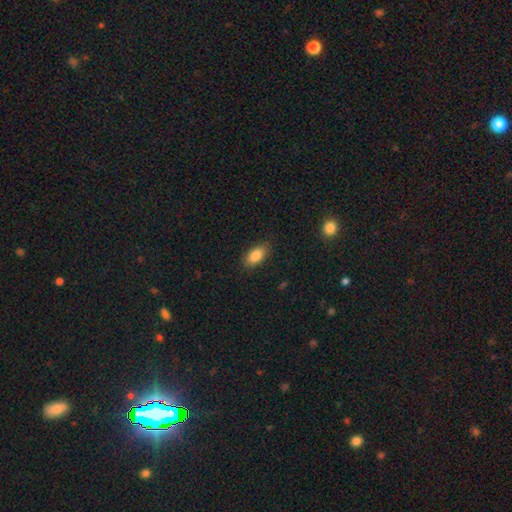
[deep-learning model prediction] This appears to be a smooth galaxy with no disk features (85%) that is in between round and cigar-shaped (89%). Merging: none (84%).